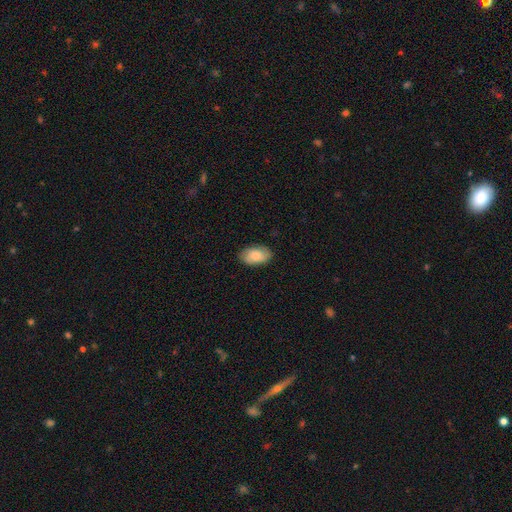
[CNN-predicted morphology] smooth-or-featured: smooth: 73% | featured or disk: 20% | star or artifact: 7%
  how-rounded: in between: 92% | round: 6% | cigar-shaped: 2%
  merging: none: 84% | minor disturbance: 12% | major disturbance: 3% | merger: 1%